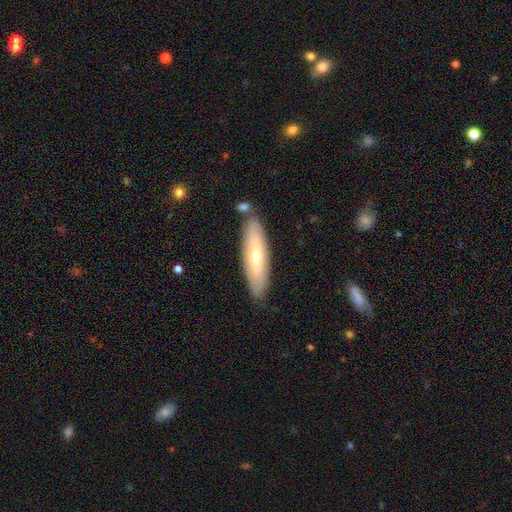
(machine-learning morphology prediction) Smooth or featured? Predicted: smooth (p=0.51). How rounded? Predicted: cigar-shaped (p=0.62). Merging? Predicted: none (p=0.82).